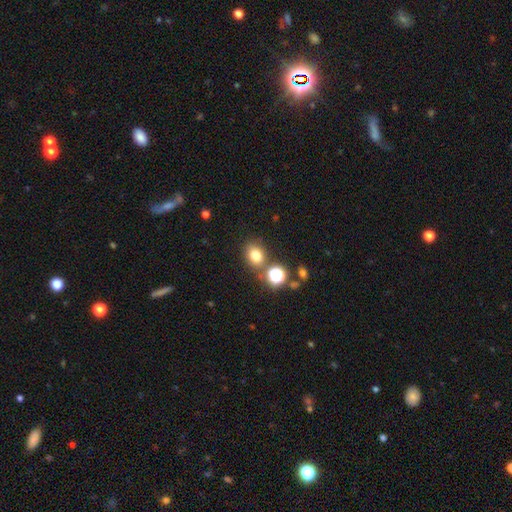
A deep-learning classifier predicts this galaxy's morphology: Smooth or featured? Predicted: smooth (p=0.76). How rounded? Predicted: round (p=0.59). Merging? Predicted: none (p=0.74).